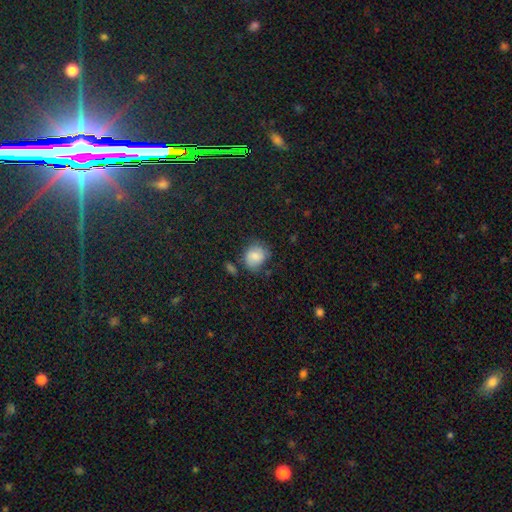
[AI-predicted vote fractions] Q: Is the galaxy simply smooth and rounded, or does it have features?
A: smooth — 74%.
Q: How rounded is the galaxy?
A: round — 65%.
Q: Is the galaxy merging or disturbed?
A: none — 62%.